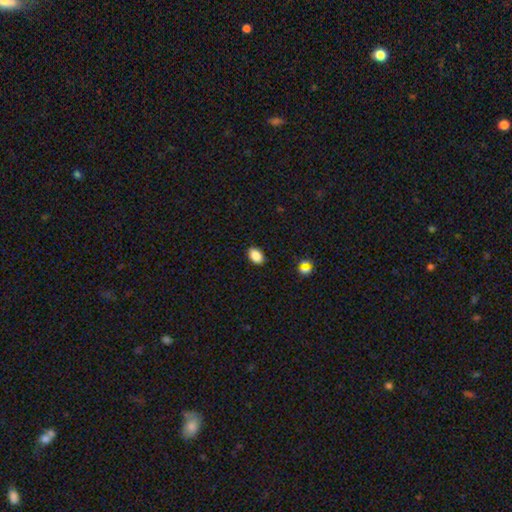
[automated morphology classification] A smooth galaxy with no disk features (85%) that is in between round and cigar-shaped (83%).

Vote fractions:
- Smooth or featured? smooth: 85% / star or artifact: 9% / featured or disk: 6%
- How rounded? in between: 83% / round: 16% / cigar-shaped: 1%
- Merging? none: 88% / minor disturbance: 9% / major disturbance: 2% / merger: 1%